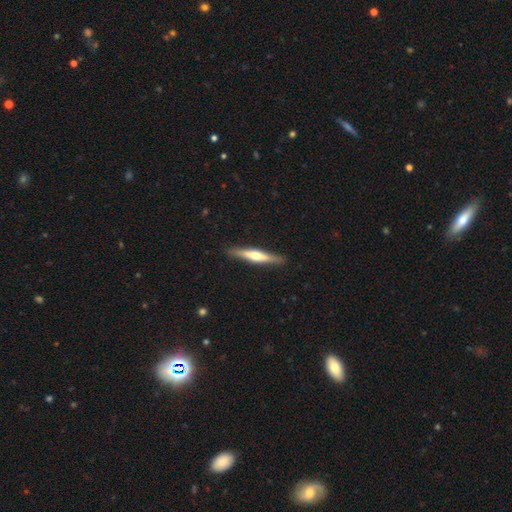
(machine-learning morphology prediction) Overall: featured or disk (59%; smooth 36%). Edge-on disk: yes (95%). Edge-on bulge: rounded (88%). Merging: none (90%).